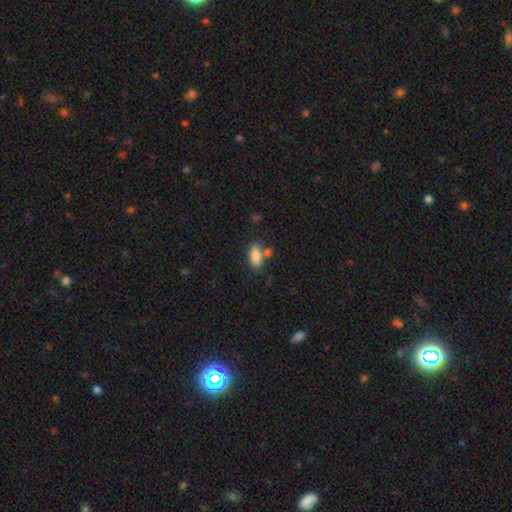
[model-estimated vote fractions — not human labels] A smooth galaxy with no disk features (82%) that is in between round and cigar-shaped (84%).

Vote fractions:
- Smooth or featured? smooth: 82% / featured or disk: 10% / star or artifact: 8%
- How rounded? in between: 84% / cigar-shaped: 12% / round: 4%
- Merging? none: 60% / merger: 19% / minor disturbance: 16% / major disturbance: 5%